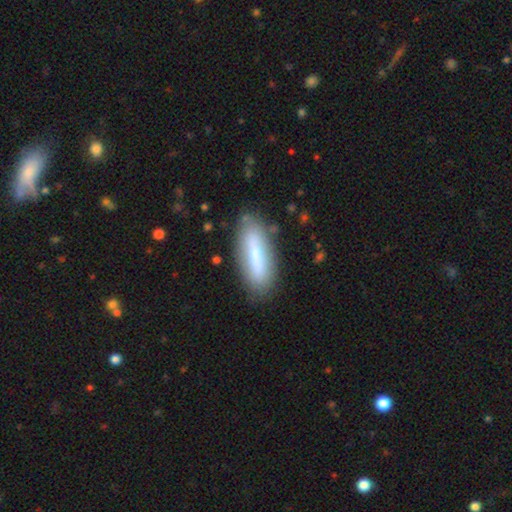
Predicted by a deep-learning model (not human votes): Morphology: type=smooth (66%); roundness=cigar-shaped (50%); merging=none (81%).